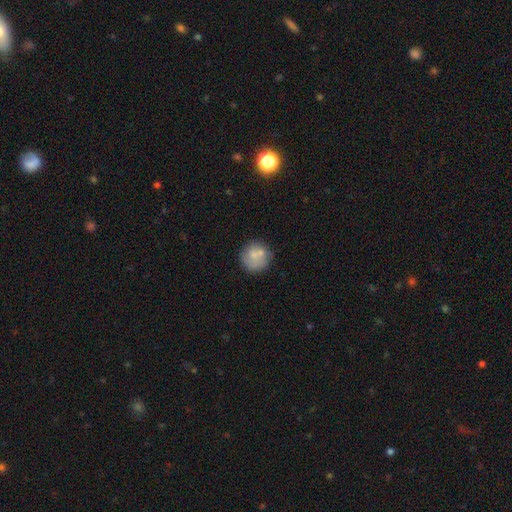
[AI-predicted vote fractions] The model was most divided on "merging": none: 64%, merger: 16%, minor disturbance: 15%, major disturbance: 5%. More confident: how rounded — round (92%); smooth or featured — smooth (74%).